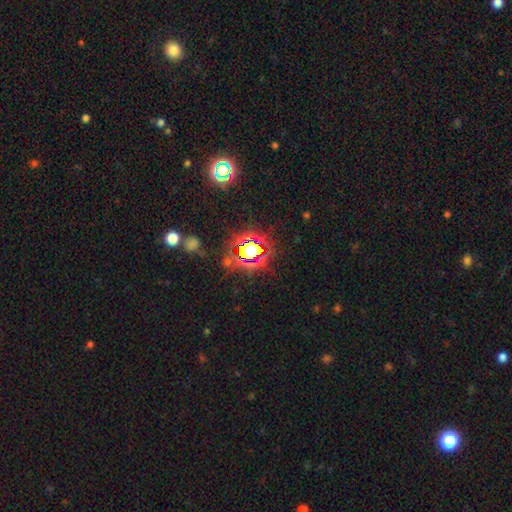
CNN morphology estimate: This is likely a star or artifact rather than a galaxy (71%).